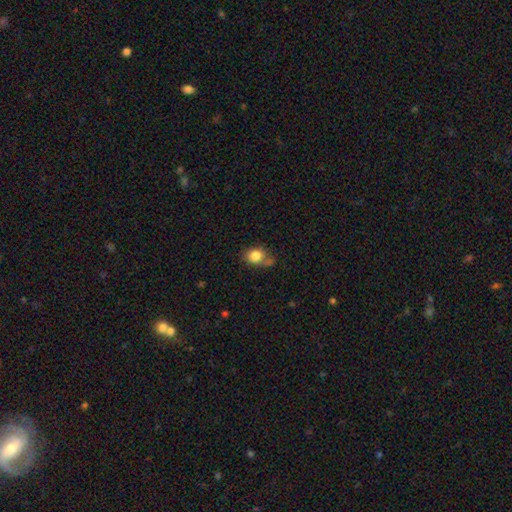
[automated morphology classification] Smooth or featured? Predicted: smooth (p=0.82). How rounded? Predicted: round (p=0.52). Merging? Predicted: none (p=0.53).